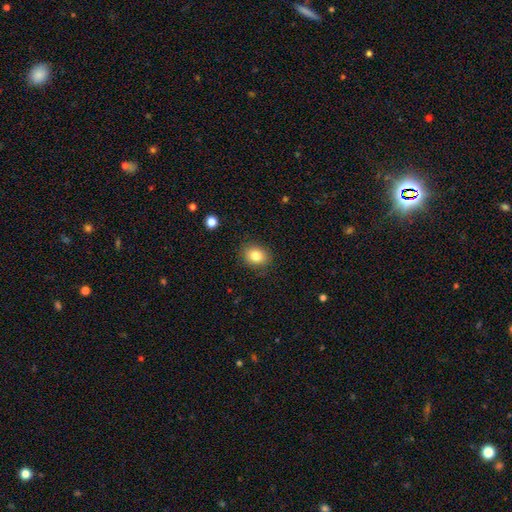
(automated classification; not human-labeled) Smooth or featured?
  - smooth: 82% *
  - star or artifact: 10%
  - featured or disk: 8%
How rounded?
  - in between: 51% *
  - round: 48%
  - cigar-shaped: 1%
Merging?
  - none: 86% *
  - minor disturbance: 10%
  - major disturbance: 3%
  - merger: 1%